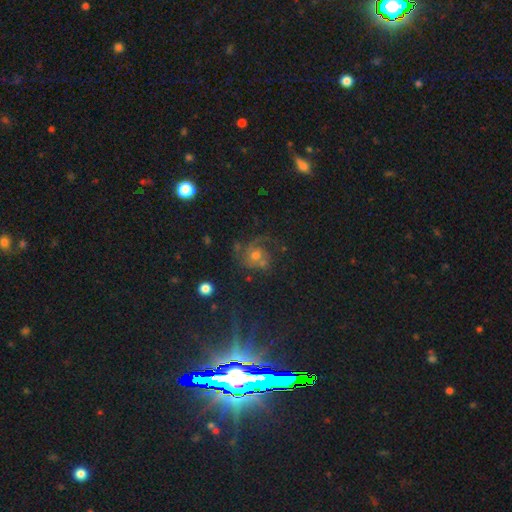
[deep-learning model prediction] A featured or disk galaxy (60%) with no bar (79%), 2 (38%) medium (47%) spiral arms (88%) and a moderate central bulge (61%).

Vote fractions:
- Smooth or featured? featured or disk: 60% / smooth: 20% / star or artifact: 19%
- Edge-on disk? no: 97% / yes: 3%
- Bar? no: 79% / weak: 17% / strong: 4%
- Spiral arms? yes: 88% / no: 12%
- Spiral winding? medium: 47% / tight: 30% / loose: 23%
- Spiral arm count? 2: 38% / 1: 21% / can't tell: 17% / 3: 15% / 4: 4% / more than 4: 4%
- Bulge size? moderate: 61% / small: 23% / large: 10% / none: 4% / dominant: 2%
- Merging? none: 57% / major disturbance: 19% / minor disturbance: 17% / merger: 7%